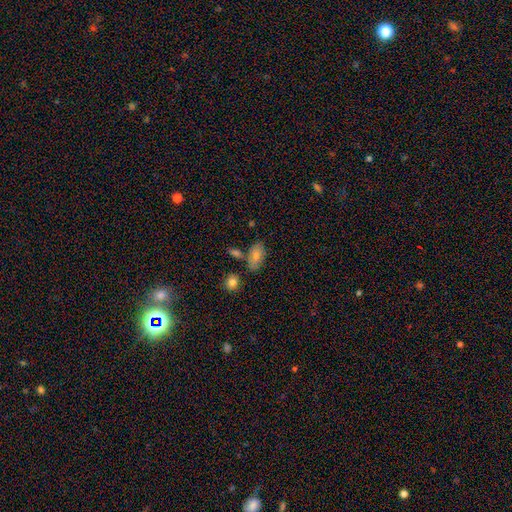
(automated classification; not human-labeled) Overall: smooth (80%). How rounded: in between (91%). Merging: none (65%).